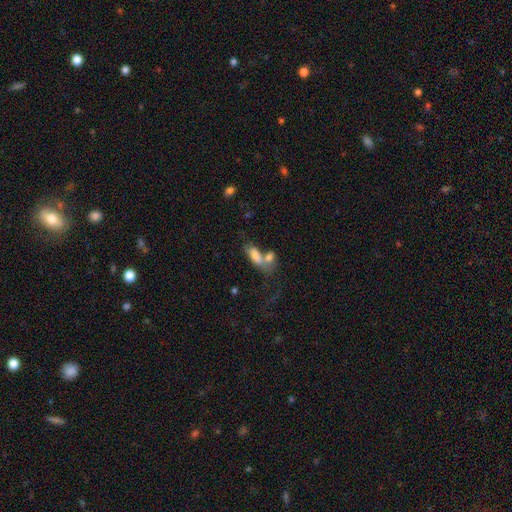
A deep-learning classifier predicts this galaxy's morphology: A smooth galaxy with no disk features (73%) that is in between round and cigar-shaped (77%). Merging: merger (56%).